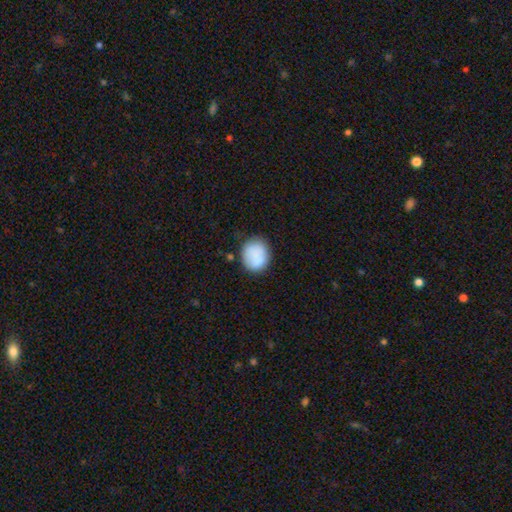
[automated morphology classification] smooth_or_featured: smooth (p=0.83) [alt: featured or disk p=0.10]
how_rounded: round (p=0.71) [alt: in between p=0.28]
merging: none (p=0.70) [alt: minor disturbance p=0.19]